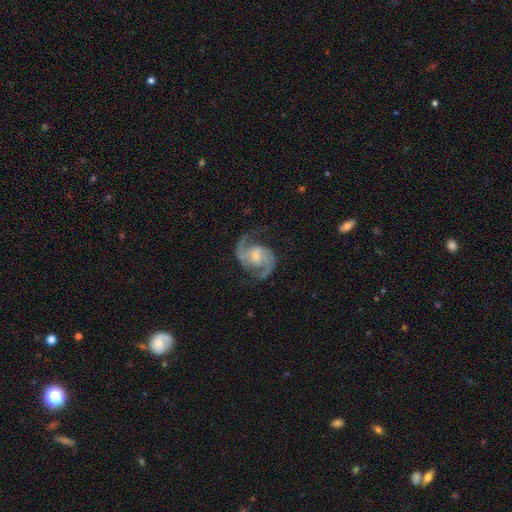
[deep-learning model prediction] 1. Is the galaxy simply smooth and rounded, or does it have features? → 91% featured or disk, 4% star or artifact, 4% smooth.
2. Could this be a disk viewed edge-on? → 98% no, 2% yes.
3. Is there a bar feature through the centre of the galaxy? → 47% weak, 40% no, 13% strong.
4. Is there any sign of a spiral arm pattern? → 98% yes, 2% no.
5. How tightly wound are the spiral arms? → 60% medium, 21% loose, 18% tight.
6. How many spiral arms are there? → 93% 2, 2% can't tell, 1% 3, 1% 1, 1% 4, 1% more than 4.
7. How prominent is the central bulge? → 46% small, 38% moderate, 11% none, 4% large, 1% dominant.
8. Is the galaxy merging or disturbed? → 76% none, 15% minor disturbance, 8% major disturbance, 1% merger.